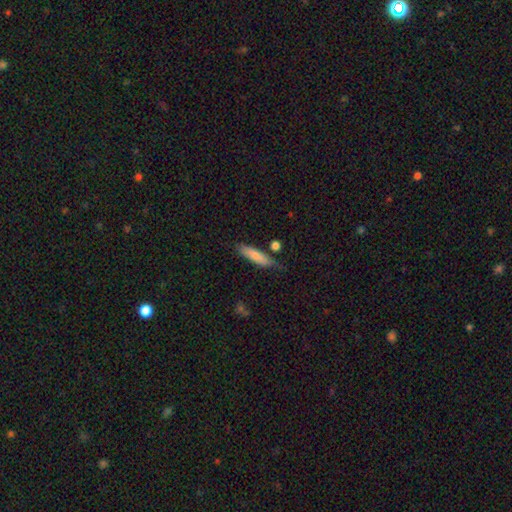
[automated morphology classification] Smooth or featured?
  - smooth: 79% *
  - featured or disk: 15%
  - star or artifact: 6%
How rounded?
  - cigar-shaped: 72% *
  - in between: 26%
  - round: 2%
Merging?
  - none: 73% *
  - minor disturbance: 18%
  - merger: 5%
  - major disturbance: 4%